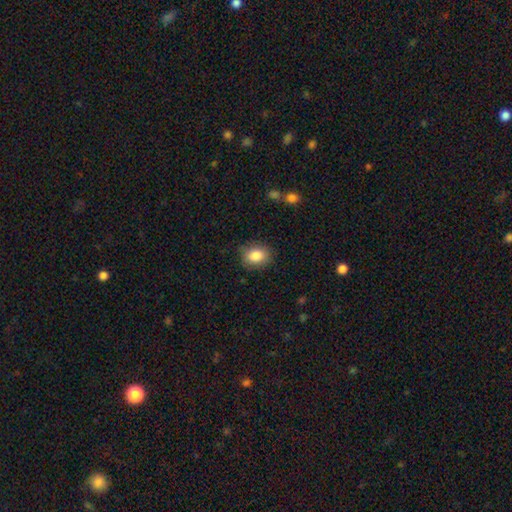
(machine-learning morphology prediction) Smooth or featured? Predicted: smooth (p=0.86). How rounded? Predicted: in between (p=0.54). Merging? Predicted: none (p=0.82).